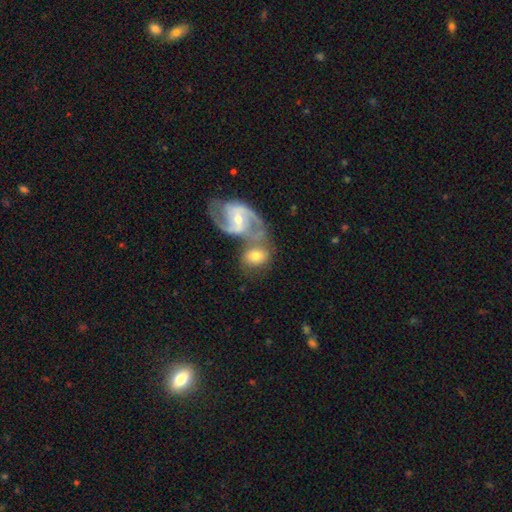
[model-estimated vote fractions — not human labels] This is possibly a featured or disk galaxy (58%). It is clearly not viewed edge-on (96%). Bar: possibly weak (49%). Spiral arm pattern: clearly yes (88%). Central bulge: possibly moderate (59%). Merging: possibly merger (48%).